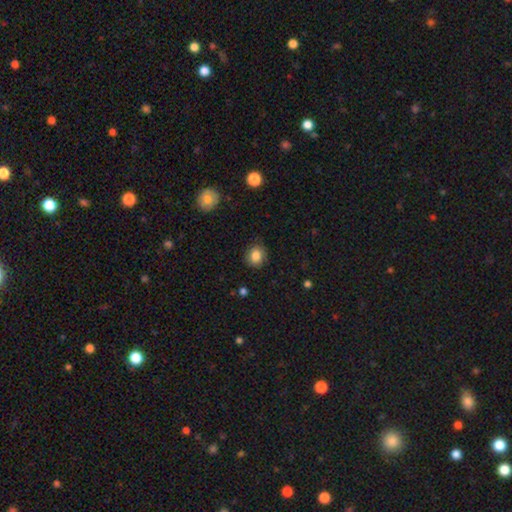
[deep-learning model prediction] This appears to be a smooth galaxy with no disk features (84%) that is round (67%). Merging: none (86%).